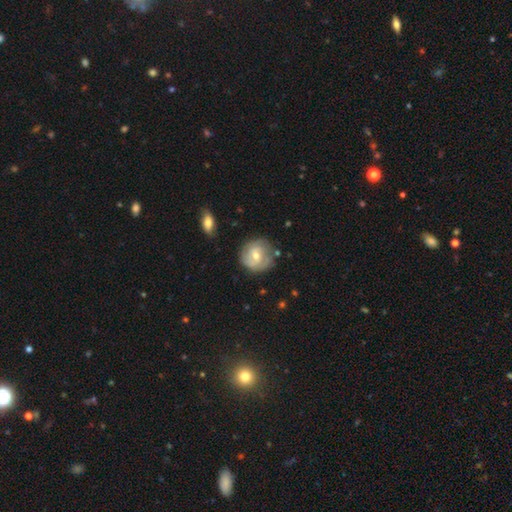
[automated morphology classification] Smooth or featured: featured or disk — 55% (smooth — 38%)
Edge-on disk: no — 97% (yes — 3%)
Bar: no — 60% (weak — 33%)
Spiral arms: yes — 72% (no — 28%)
Bulge size: moderate — 57% (small — 40%)
Merging: none — 71% (minor disturbance — 21%)